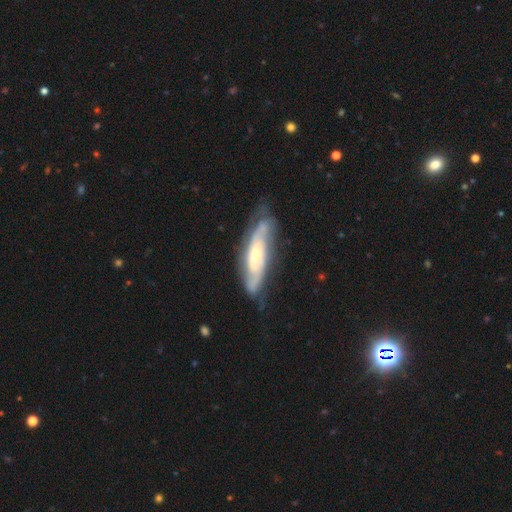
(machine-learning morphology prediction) Overall: featured or disk (73%). Edge-on disk: no (73%). Bar: no (63%; weak 27%). Spiral arms: yes (87%). Bulge size: small (52%; moderate 36%). Merging: none (65%).